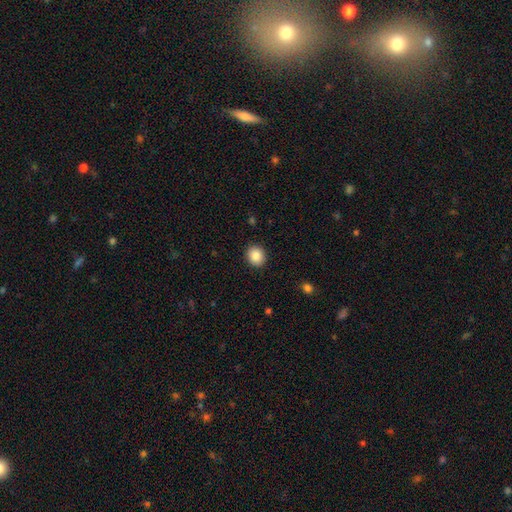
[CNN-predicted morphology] This appears to be a smooth galaxy with no disk features (86%) that is round (77%). Merging: none (91%).